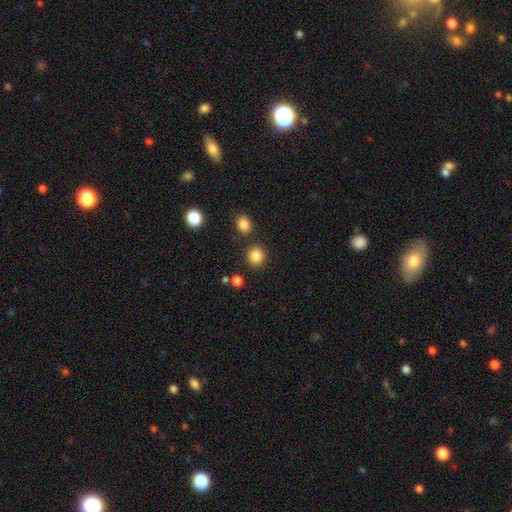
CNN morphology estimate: smooth_or_featured: smooth (p=0.85) [alt: star or artifact p=0.11]
how_rounded: round (p=0.86) [alt: in between p=0.13]
merging: none (p=0.85) [alt: minor disturbance p=0.07]